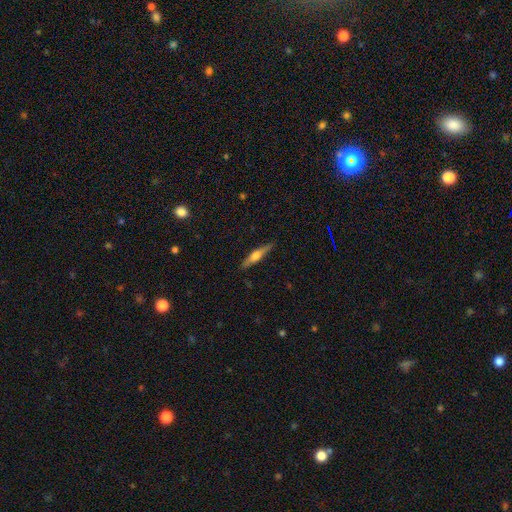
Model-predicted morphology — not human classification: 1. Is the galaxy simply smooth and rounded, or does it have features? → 49% featured or disk, 45% smooth, 6% star or artifact.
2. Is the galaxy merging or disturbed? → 87% none, 10% minor disturbance, 2% major disturbance, 1% merger.